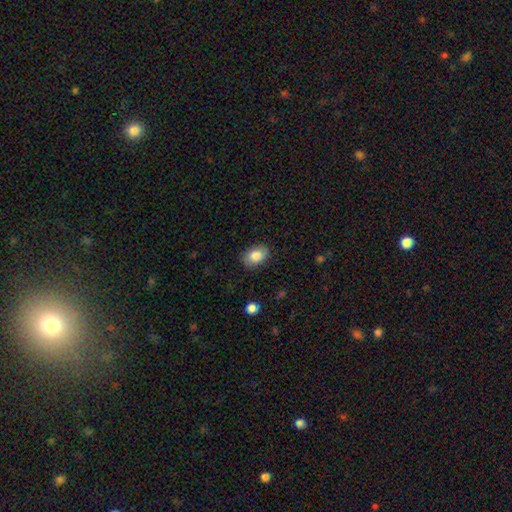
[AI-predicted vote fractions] smooth 84%, featured or disk 9%, star or artifact 7%. Down the decision tree: how rounded — in between (84%); merging — none (83%).